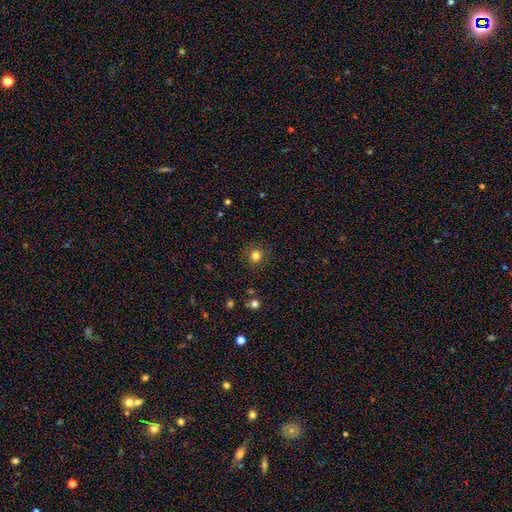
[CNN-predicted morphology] This appears to be a smooth galaxy with no disk features (81%) that is round (89%). Merging: none (88%).